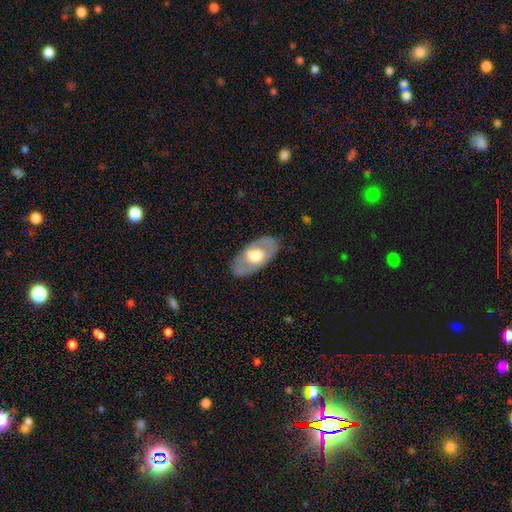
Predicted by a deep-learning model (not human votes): Smooth or featured? featured or disk (55%)
Edge-on disk? no (85%)
Merging? none (82%)